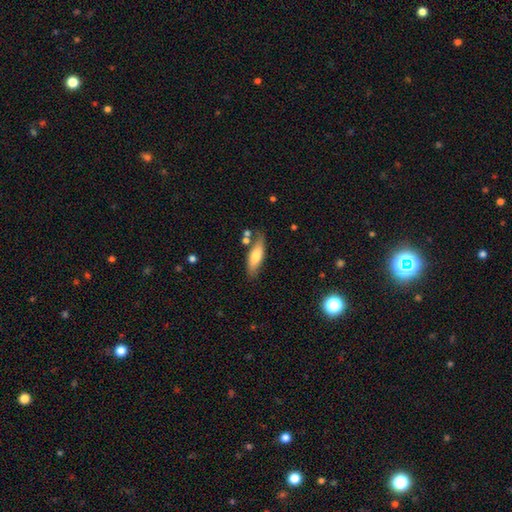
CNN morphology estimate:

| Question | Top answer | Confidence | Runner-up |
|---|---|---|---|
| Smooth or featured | smooth | 68% | featured or disk (26%) |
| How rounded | in between | 52% | cigar-shaped (46%) |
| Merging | none | 72% | minor disturbance (16%) |